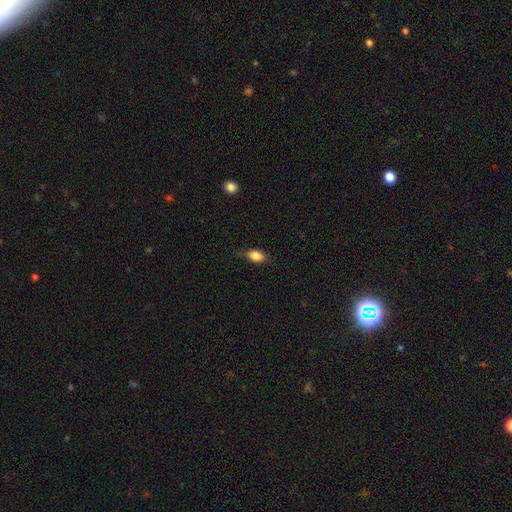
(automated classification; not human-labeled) Overall: smooth (85%). How rounded: in between (83%). Merging: none (73%).